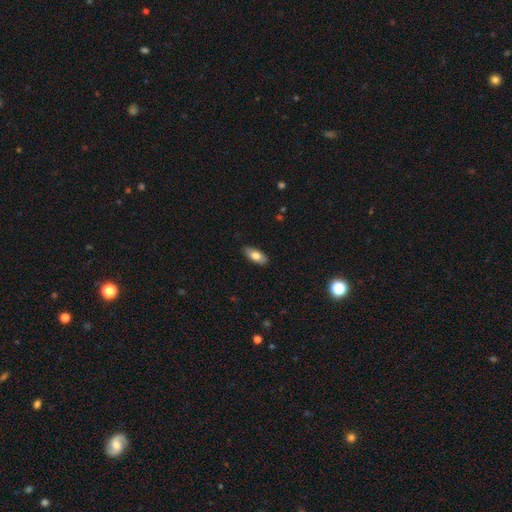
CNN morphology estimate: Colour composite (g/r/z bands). It shows a smooth galaxy with no disk features (77%) that is in between round and cigar-shaped (87%). Merging: none (86%).